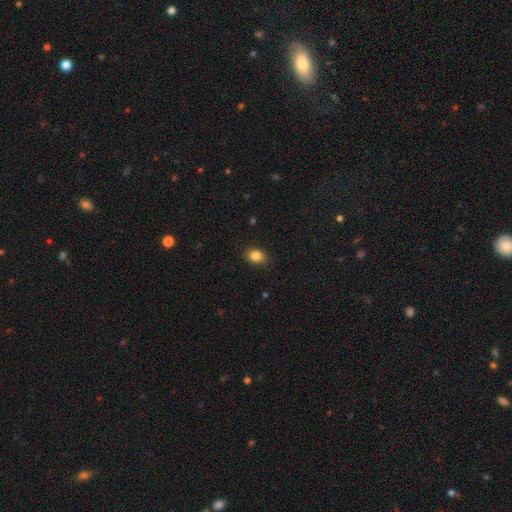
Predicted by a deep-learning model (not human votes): This appears to be a smooth galaxy with no disk features (84%) that is in between round and cigar-shaped (55%). Merging: none (88%).